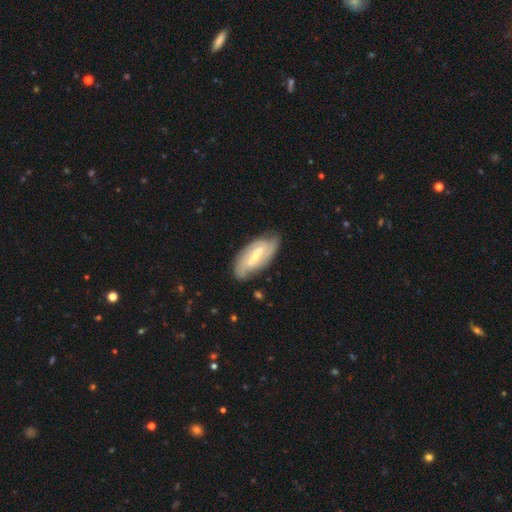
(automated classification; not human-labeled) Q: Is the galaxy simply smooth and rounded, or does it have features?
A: featured or disk — 76%.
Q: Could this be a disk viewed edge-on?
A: no — 93%.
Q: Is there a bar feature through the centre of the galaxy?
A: strong — 46%.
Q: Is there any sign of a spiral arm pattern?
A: yes — 88%.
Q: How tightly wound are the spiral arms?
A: tight — 46%.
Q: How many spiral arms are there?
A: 2 — 67%.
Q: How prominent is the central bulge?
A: small — 59%.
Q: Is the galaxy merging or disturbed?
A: none — 73%.